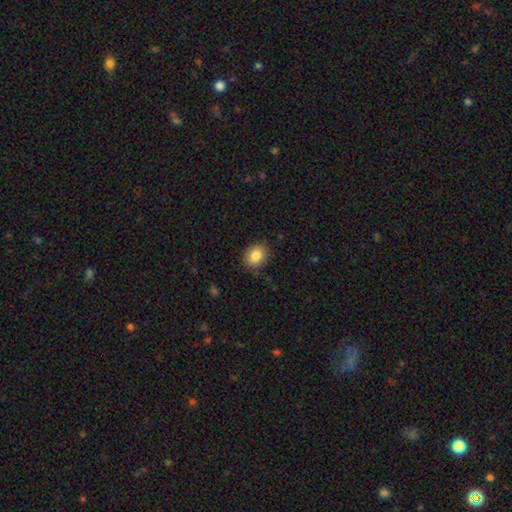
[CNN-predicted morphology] smooth_or_featured: smooth (p=0.85) [alt: star or artifact p=0.08]
how_rounded: in between (p=0.53) [alt: round p=0.46]
merging: none (p=0.84) [alt: minor disturbance p=0.12]